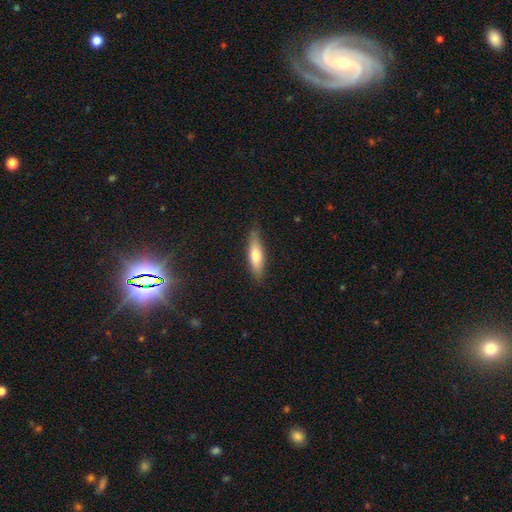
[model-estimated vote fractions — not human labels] Morphology: type=smooth (67%); roundness=cigar-shaped (58%); merging=none (80%).